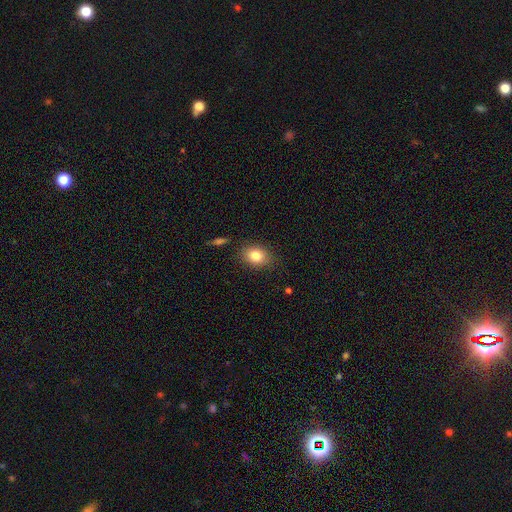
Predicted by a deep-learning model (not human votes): A smooth galaxy with no disk features (82%) that is in between round and cigar-shaped (63%). Merging: none (84%).